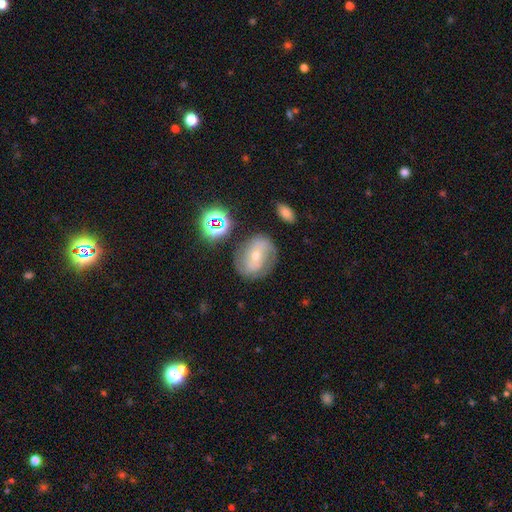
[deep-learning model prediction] A featured or disk galaxy (65%) with no bar (47%), 2 (56%) tight (50%) spiral arms (82%) and a small central bulge (55%). Merging: none (72%).